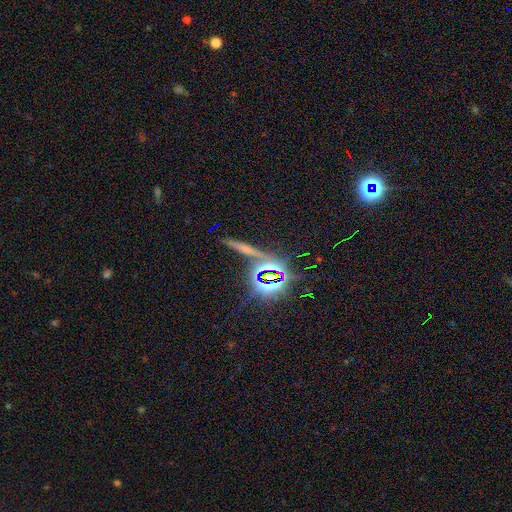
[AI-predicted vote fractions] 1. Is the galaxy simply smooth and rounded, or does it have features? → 76% star or artifact, 13% smooth, 11% featured or disk.